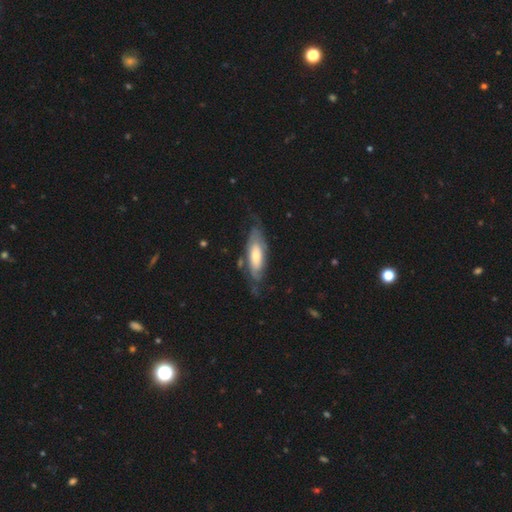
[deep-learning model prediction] This is possibly a featured or disk galaxy (59%). It is likely not viewed edge-on (74%). Merging: likely none (62%).